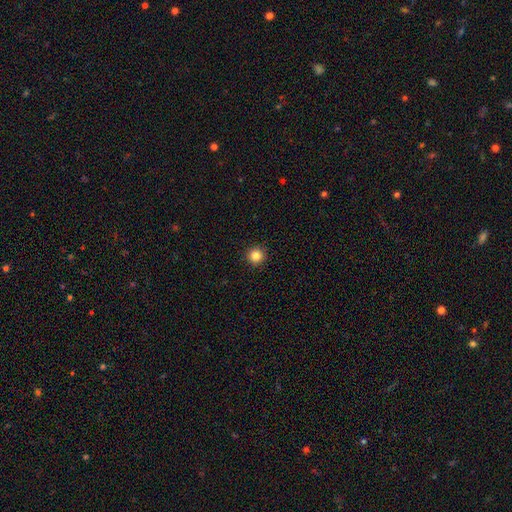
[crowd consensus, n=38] Smooth or featured? 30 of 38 (79%) said smooth. How rounded? 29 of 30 (97%) said round. Merging? 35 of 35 (100%) said none.